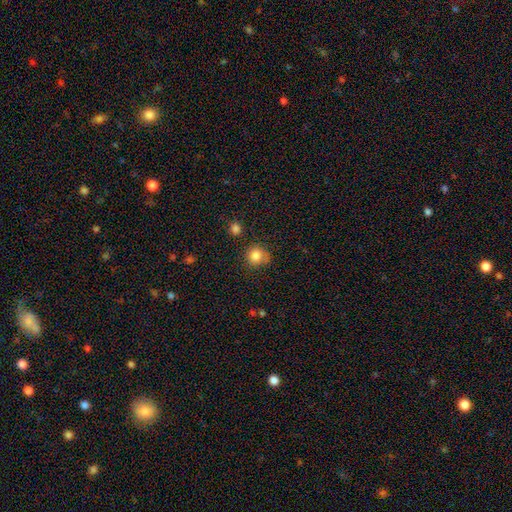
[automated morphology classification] Smooth or featured? smooth (83%)
How rounded? round (90%)
Merging? none (73%)